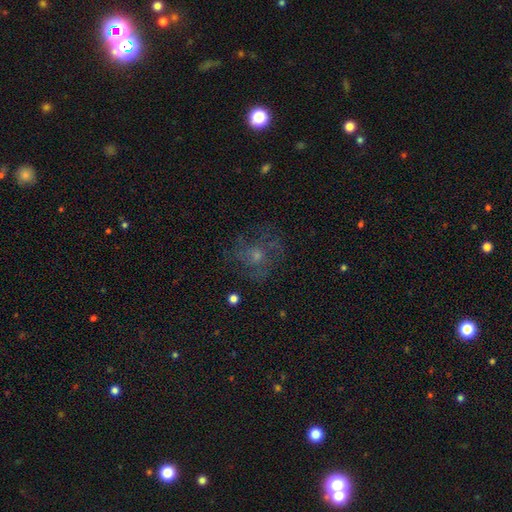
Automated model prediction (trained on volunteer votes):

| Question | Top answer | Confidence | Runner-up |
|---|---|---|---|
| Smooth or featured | featured or disk | 47% | smooth (35%) |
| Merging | none | 63% | minor disturbance (17%) |